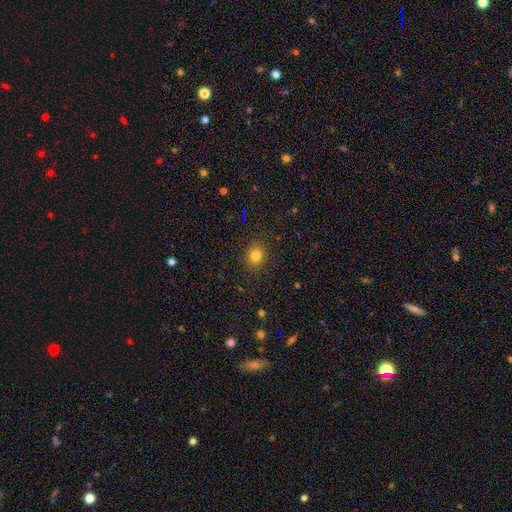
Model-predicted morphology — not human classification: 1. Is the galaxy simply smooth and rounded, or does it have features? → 80% smooth, 14% star or artifact, 6% featured or disk.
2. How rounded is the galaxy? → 76% round, 23% in between, 1% cigar-shaped.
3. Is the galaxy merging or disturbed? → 88% none, 8% minor disturbance, 3% major disturbance, 1% merger.